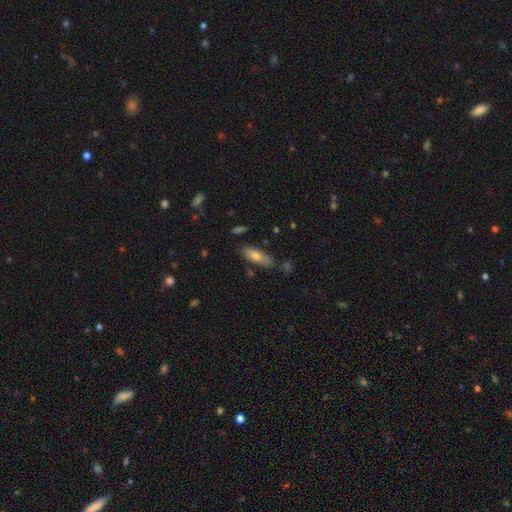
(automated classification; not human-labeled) This appears to be a smooth galaxy with no disk features (65%) that is in between round and cigar-shaped (55%). Merging: none (77%).